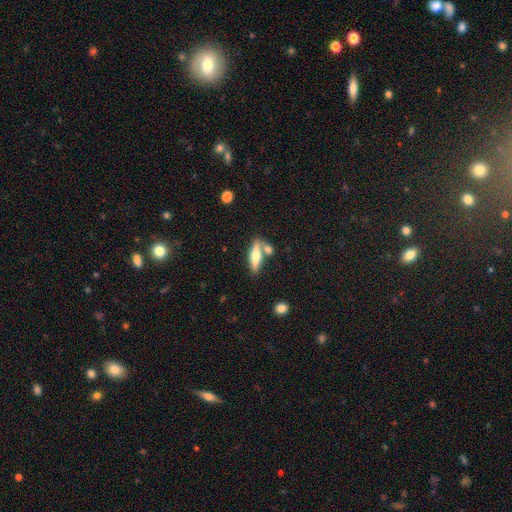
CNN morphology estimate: A smooth galaxy with no disk features (49%).

Vote fractions:
- Smooth or featured? smooth: 49% / featured or disk: 45% / star or artifact: 6%
- Merging? none: 64% / merger: 21% / minor disturbance: 12% / major disturbance: 4%